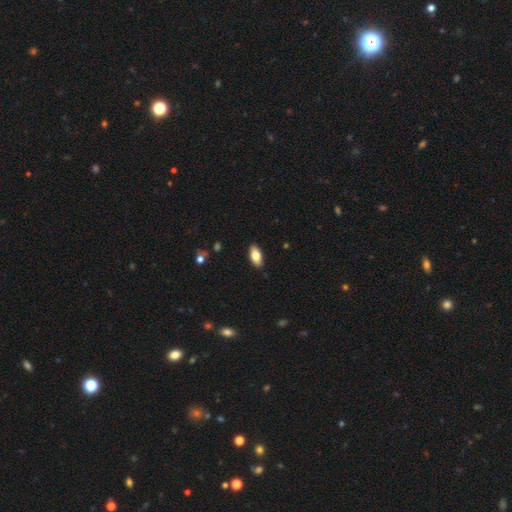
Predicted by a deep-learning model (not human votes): Smooth or featured?
  - smooth: 78% *
  - featured or disk: 16%
  - star or artifact: 7%
How rounded?
  - in between: 90% *
  - cigar-shaped: 7%
  - round: 3%
Merging?
  - none: 89% *
  - minor disturbance: 9%
  - major disturbance: 2%
  - merger: 1%